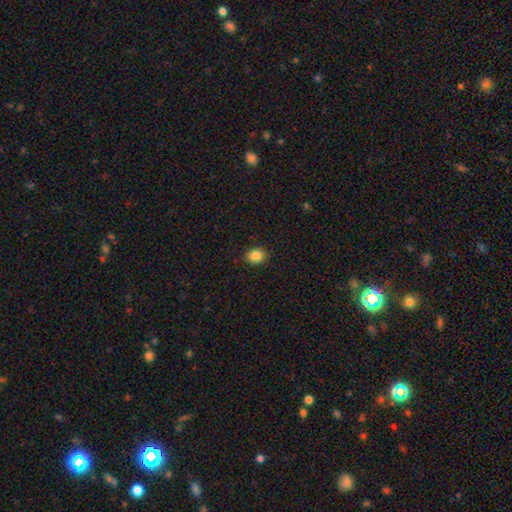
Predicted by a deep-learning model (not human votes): A smooth galaxy with no disk features (85%) that is in between round and cigar-shaped (50%).

Vote fractions:
- Smooth or featured? smooth: 85% / star or artifact: 10% / featured or disk: 5%
- How rounded? in between: 50% / round: 49% / cigar-shaped: 1%
- Merging? none: 89% / minor disturbance: 8% / major disturbance: 2% / merger: 1%